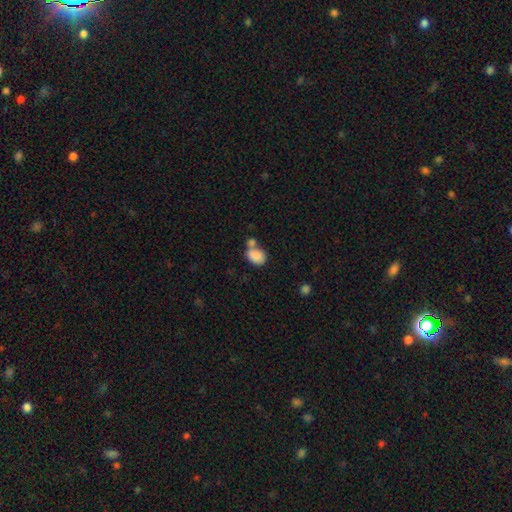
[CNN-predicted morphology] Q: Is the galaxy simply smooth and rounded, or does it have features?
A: smooth — 85%.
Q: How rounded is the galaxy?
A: in between — 66%.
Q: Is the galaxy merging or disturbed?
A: merger — 42%.